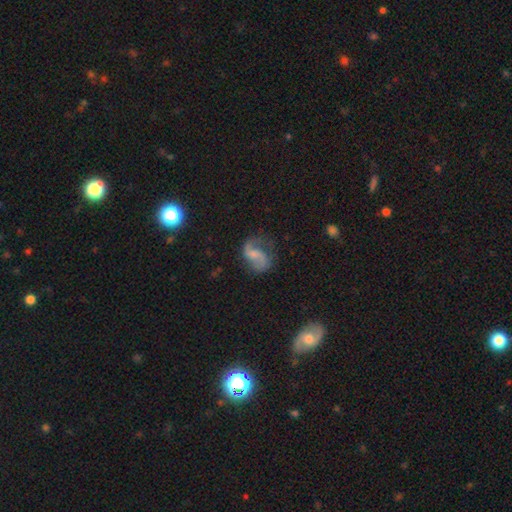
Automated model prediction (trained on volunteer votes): Morphology: type=featured or disk (74%); edge-on=no (98%); bar=weak (45%); spiral arms=yes (93%); winding=loose (61%); arm count=2 (86%); bulge=small (38%); merging=none (57%).